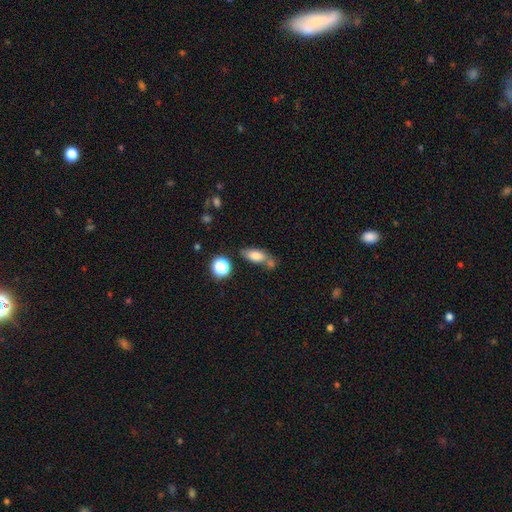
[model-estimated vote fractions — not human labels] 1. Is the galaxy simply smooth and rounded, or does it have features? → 75% smooth, 13% featured or disk, 11% star or artifact.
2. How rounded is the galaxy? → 76% in between, 15% cigar-shaped, 8% round.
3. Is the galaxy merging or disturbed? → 50% none, 26% merger, 18% minor disturbance, 7% major disturbance.